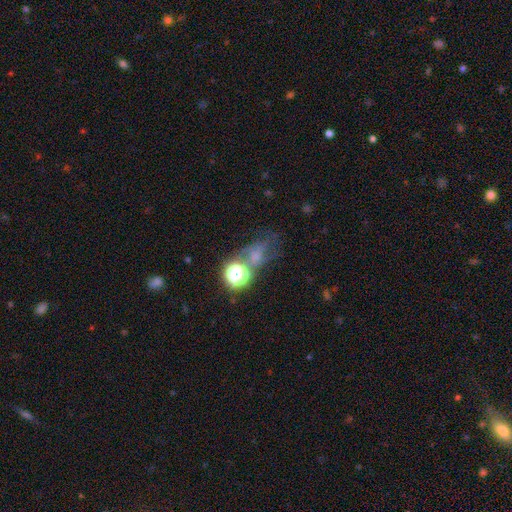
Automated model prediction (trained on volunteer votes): Smooth or featured? smooth (43%)
Merging? none (53%)